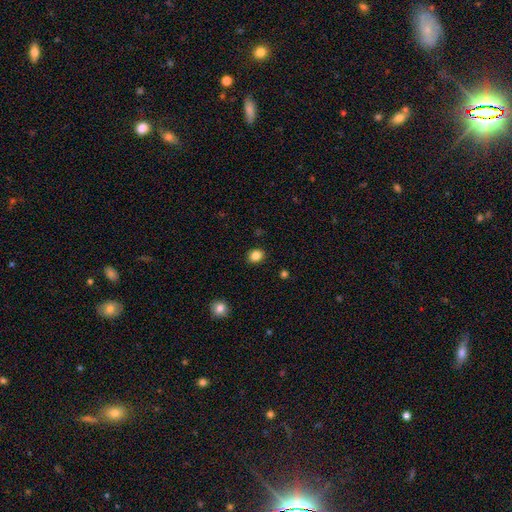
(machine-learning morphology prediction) A smooth galaxy with no disk features (85%) that is round (61%).

Vote fractions:
- Smooth or featured? smooth: 85% / star or artifact: 11% / featured or disk: 4%
- How rounded? round: 61% / in between: 38% / cigar-shaped: 1%
- Merging? none: 90% / minor disturbance: 7% / major disturbance: 2% / merger: 1%